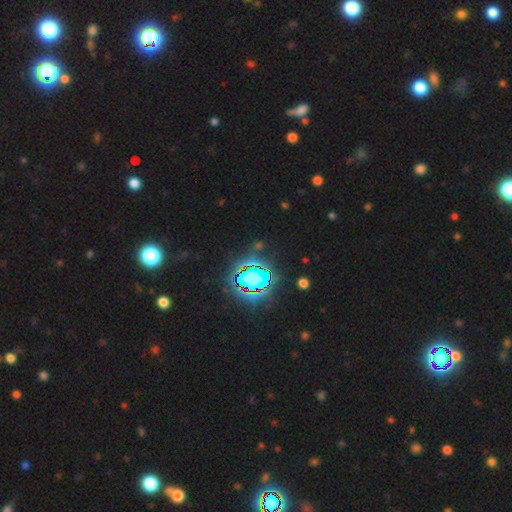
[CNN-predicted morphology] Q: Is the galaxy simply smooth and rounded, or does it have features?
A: star or artifact — 83%.